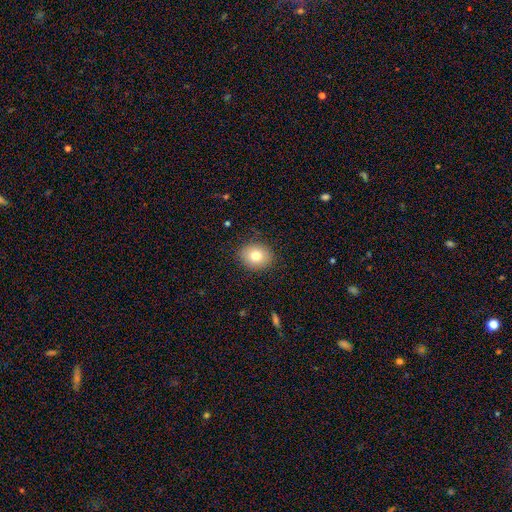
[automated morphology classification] This is likely a smooth galaxy (80%). How rounded: possibly round (58%). Merging: clearly none (87%).